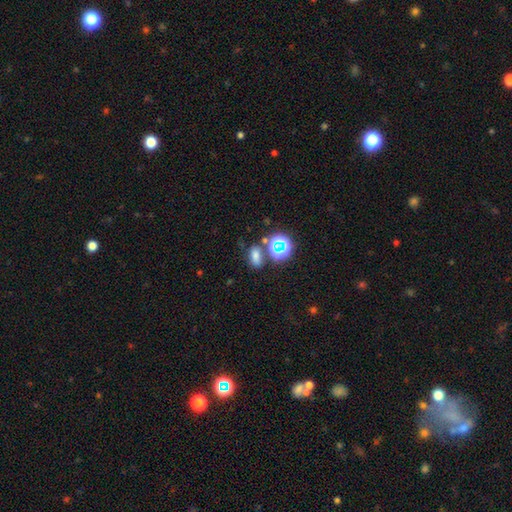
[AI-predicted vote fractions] The model was most divided on "smooth or featured": smooth: 68%, star or artifact: 24%, featured or disk: 8%. More confident: how rounded — in between (77%); merging — none (69%).